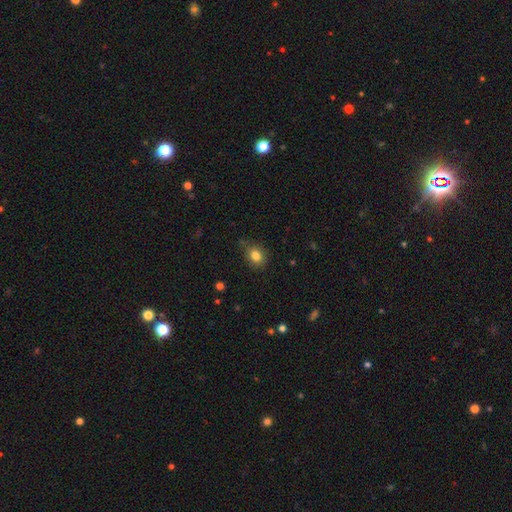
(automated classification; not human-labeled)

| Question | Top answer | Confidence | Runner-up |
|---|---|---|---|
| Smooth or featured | smooth | 82% | star or artifact (11%) |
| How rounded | round | 51% | in between (48%) |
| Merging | none | 73% | minor disturbance (20%) |